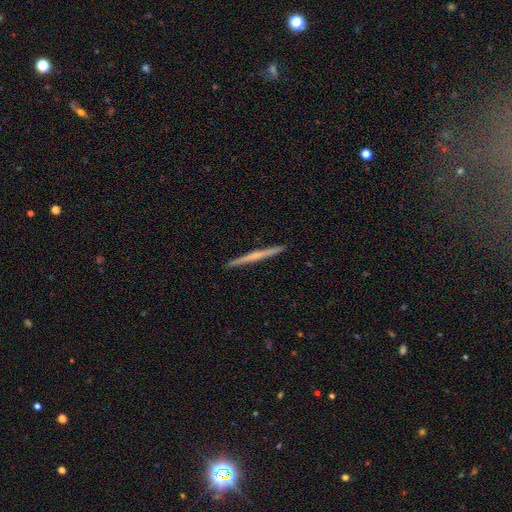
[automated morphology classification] Q: Smooth or featured?
A: featured or disk (61%); runner-up: smooth (34%)
Q: Edge-on disk?
A: yes (98%); runner-up: no (2%)
Q: Edge-on bulge?
A: none (57%); runner-up: rounded (37%)
Q: Merging?
A: none (93%); runner-up: minor disturbance (5%)